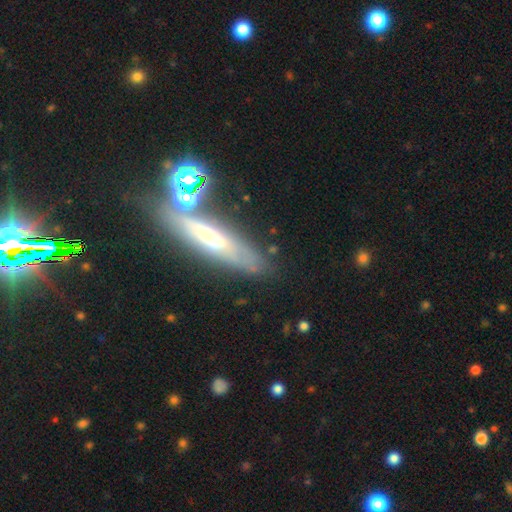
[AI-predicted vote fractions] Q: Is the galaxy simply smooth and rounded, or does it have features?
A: featured or disk — 49%.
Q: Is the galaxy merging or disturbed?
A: none — 65%.